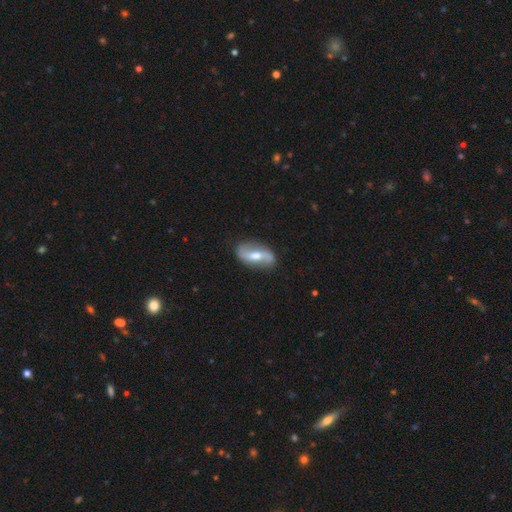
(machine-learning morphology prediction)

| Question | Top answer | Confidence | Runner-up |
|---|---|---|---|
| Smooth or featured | featured or disk | 74% | smooth (21%) |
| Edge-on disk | no | 92% | yes (8%) |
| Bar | weak | 40% | strong (36%) |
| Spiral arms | yes | 86% | no (14%) |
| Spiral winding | loose | 70% | medium (22%) |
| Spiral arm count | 2 | 91% | can't tell (4%) |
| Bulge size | moderate | 70% | small (18%) |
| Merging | none | 80% | minor disturbance (14%) |